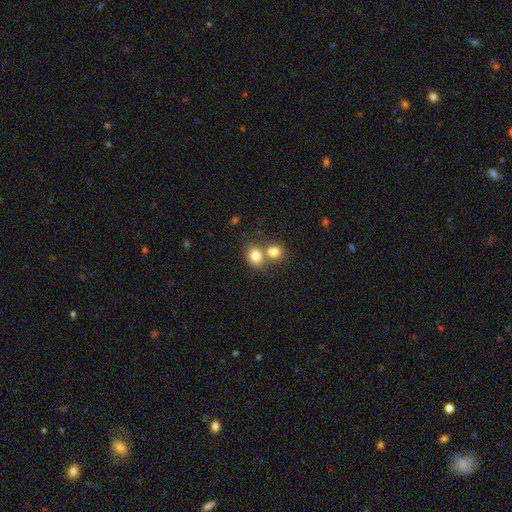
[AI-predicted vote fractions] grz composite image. It shows a smooth galaxy with no disk features (81%) that is round (66%). Merging: merger (50%).